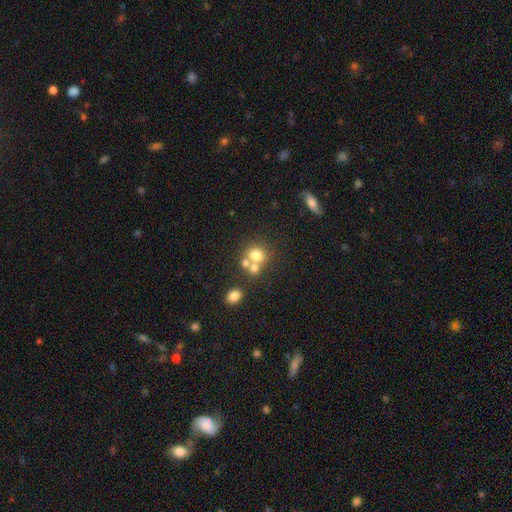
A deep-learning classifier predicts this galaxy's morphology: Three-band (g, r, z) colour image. It shows a smooth galaxy with no disk features (70%) that is round (81%). Merging: none (45%).